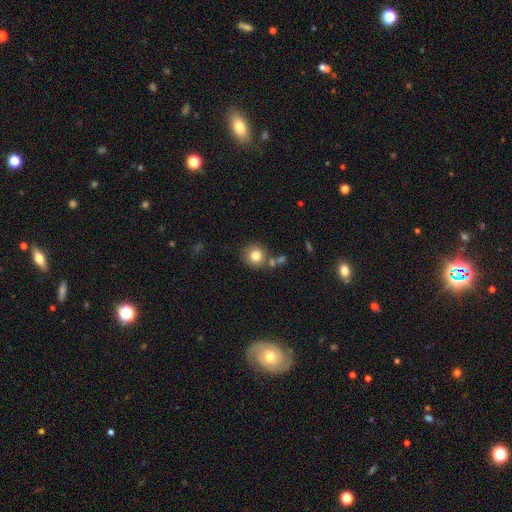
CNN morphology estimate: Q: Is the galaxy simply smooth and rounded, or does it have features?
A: smooth — 80%.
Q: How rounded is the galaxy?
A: round — 90%.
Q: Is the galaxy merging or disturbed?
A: none — 72%.